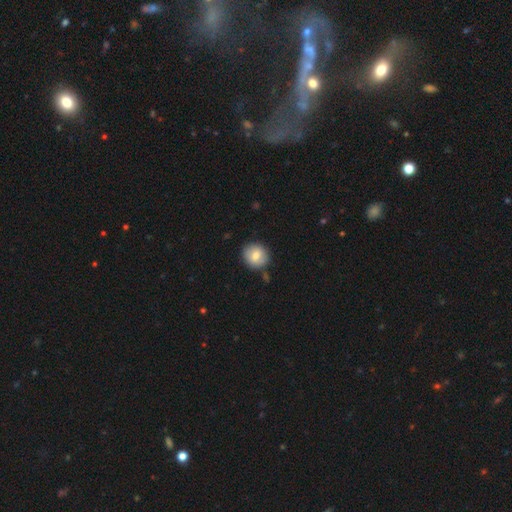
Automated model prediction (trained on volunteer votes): Smooth or featured? Predicted: smooth (p=0.75). How rounded? Predicted: round (p=0.87). Merging? Predicted: none (p=0.84).